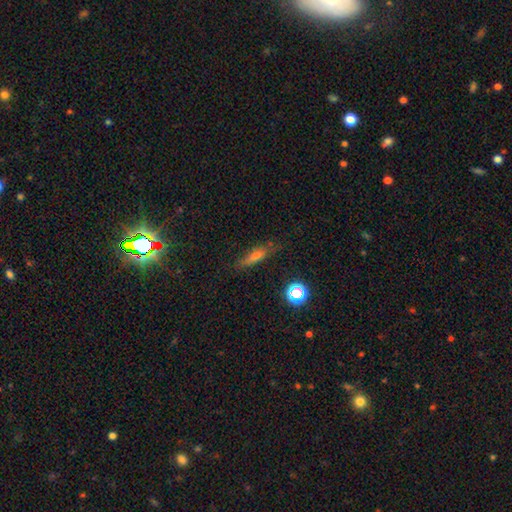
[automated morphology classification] A smooth galaxy with no disk features (52%) that is cigar-shaped (70%). Merging: none (77%).